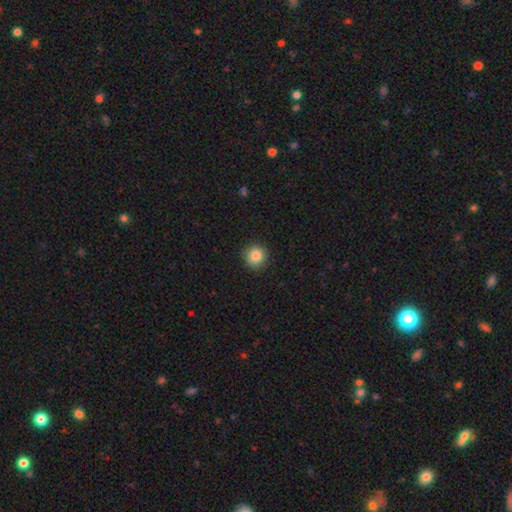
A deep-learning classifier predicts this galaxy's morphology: smooth-or-featured: smooth: 86% | star or artifact: 10% | featured or disk: 4%
  how-rounded: round: 93% | in between: 6% | cigar-shaped: 1%
  merging: none: 90% | minor disturbance: 7% | major disturbance: 2% | merger: 1%